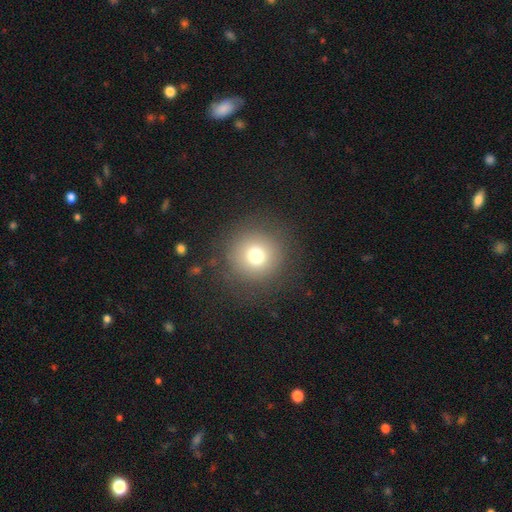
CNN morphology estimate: smooth 74%, star or artifact 14%, featured or disk 12%. Down the decision tree: how rounded — round (95%); merging — none (86%).